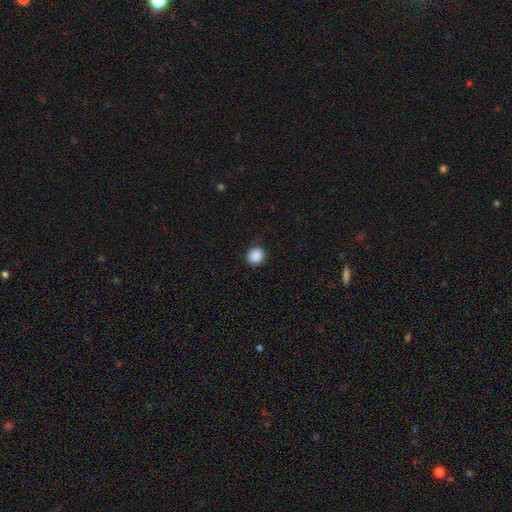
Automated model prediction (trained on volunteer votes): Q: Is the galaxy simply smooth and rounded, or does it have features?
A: smooth — 89%.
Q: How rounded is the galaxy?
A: round — 73%.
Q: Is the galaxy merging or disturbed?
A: none — 88%.